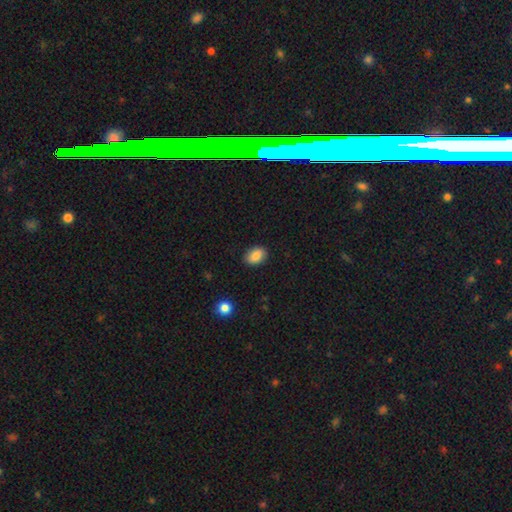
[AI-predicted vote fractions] A smooth galaxy with no disk features (87%) that is in between round and cigar-shaped (79%). Merging: none (88%).